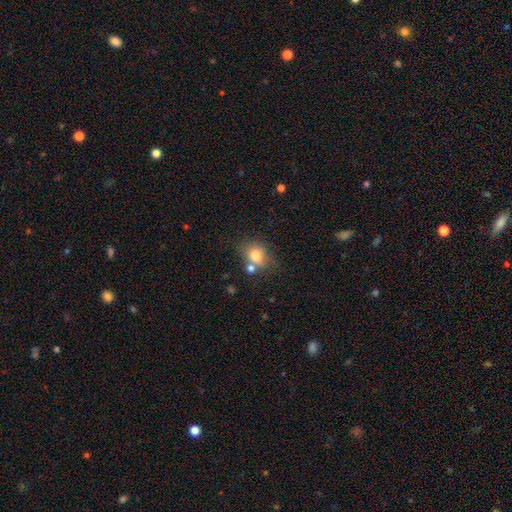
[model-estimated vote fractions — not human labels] smooth 77%, featured or disk 12%, star or artifact 11%. Down the decision tree: how rounded — round (57%); merging — none (59%).